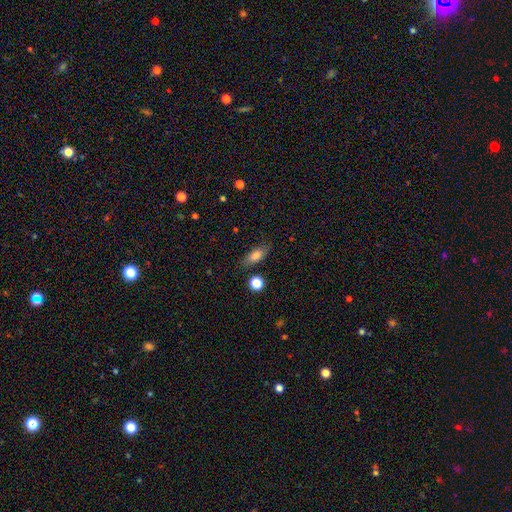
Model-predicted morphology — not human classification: This appears to be a smooth galaxy with no disk features (79%) that is in between round and cigar-shaped (76%). Merging: none (79%).